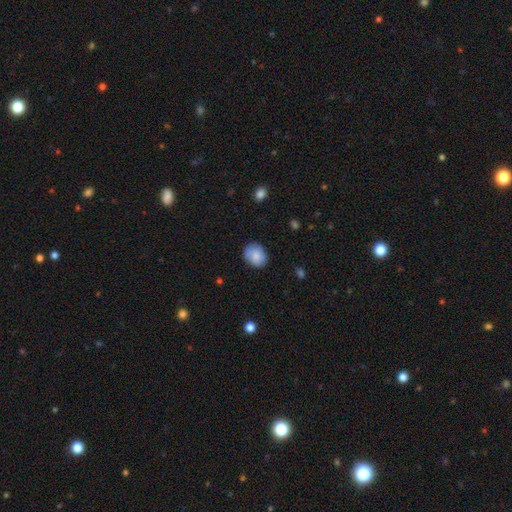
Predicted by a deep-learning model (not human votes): Smooth or featured: smooth — 85% (featured or disk — 8%)
How rounded: in between — 50% (round — 49%)
Merging: none — 79% (minor disturbance — 17%)